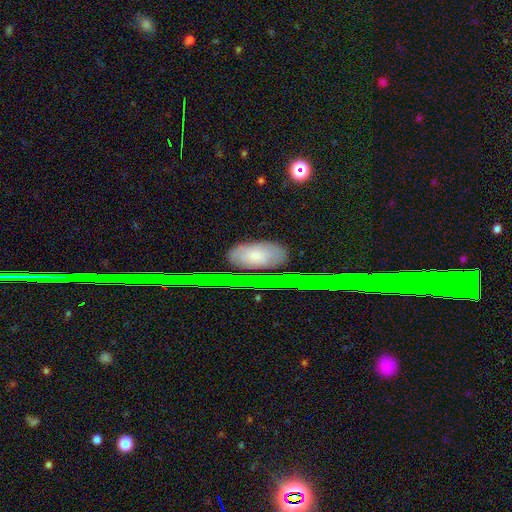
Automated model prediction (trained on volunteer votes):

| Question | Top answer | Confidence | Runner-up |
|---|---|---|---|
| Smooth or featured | smooth | 57% | featured or disk (26%) |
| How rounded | in between | 90% | round (5%) |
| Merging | none | 80% | minor disturbance (15%) |